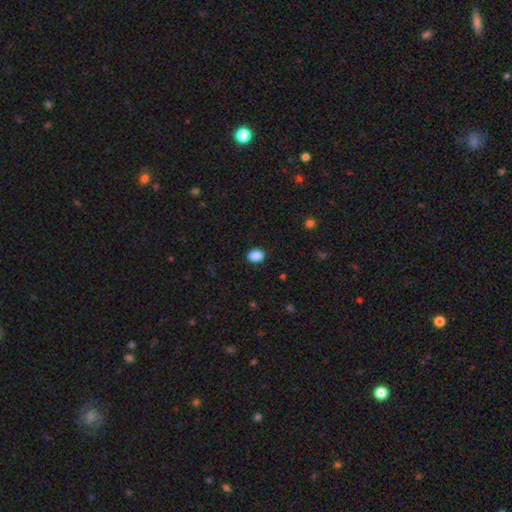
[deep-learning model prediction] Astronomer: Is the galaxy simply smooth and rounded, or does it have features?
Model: smooth — 89%.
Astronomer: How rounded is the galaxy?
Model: in between — 77%.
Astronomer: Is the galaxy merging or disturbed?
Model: none — 88%.